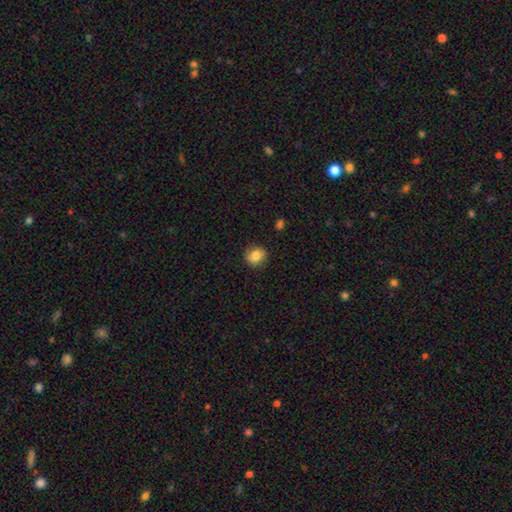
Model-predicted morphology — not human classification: This appears to be a smooth galaxy with no disk features (82%) that is round (79%). Merging: none (86%).